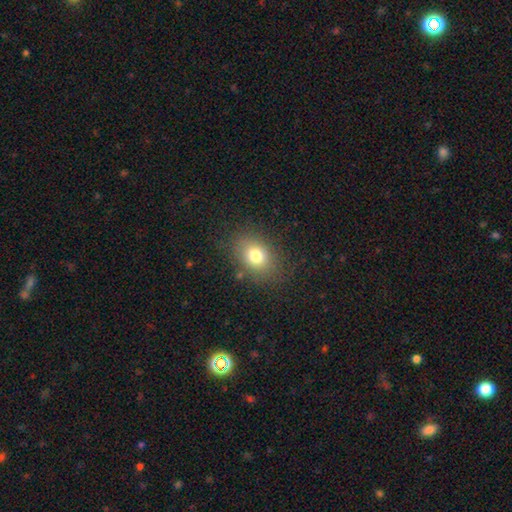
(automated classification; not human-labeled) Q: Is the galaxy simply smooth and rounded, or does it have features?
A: smooth — 77%.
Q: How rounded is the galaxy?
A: in between — 64%.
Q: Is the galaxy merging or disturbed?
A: none — 81%.